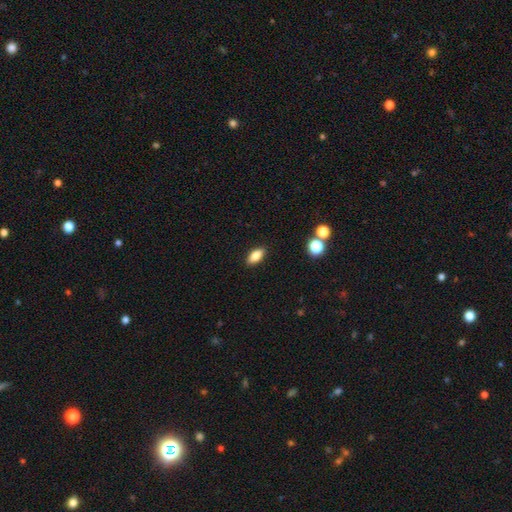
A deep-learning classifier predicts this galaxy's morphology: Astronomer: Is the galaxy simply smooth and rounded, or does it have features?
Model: smooth — 83%.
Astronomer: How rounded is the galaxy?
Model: in between — 86%.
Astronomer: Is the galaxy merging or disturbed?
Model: none — 90%.